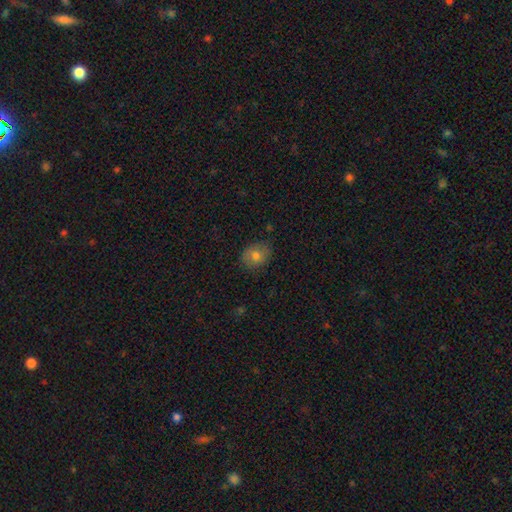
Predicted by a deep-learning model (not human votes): smooth 74%, featured or disk 16%, star or artifact 10%. Down the decision tree: how rounded — round (50%); merging — none (80%).